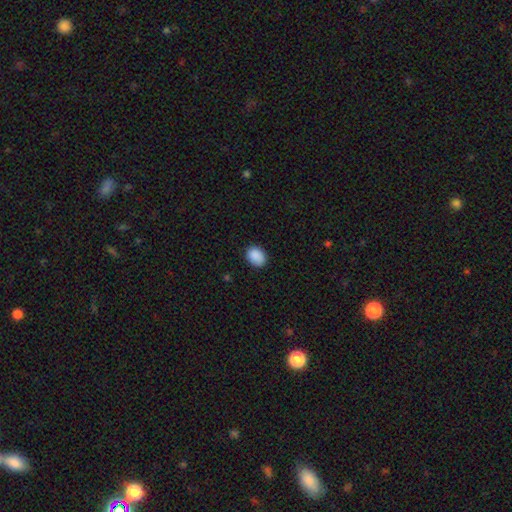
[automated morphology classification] This is clearly a smooth galaxy (89%). How rounded: likely in between (70%). Merging: clearly none (84%).